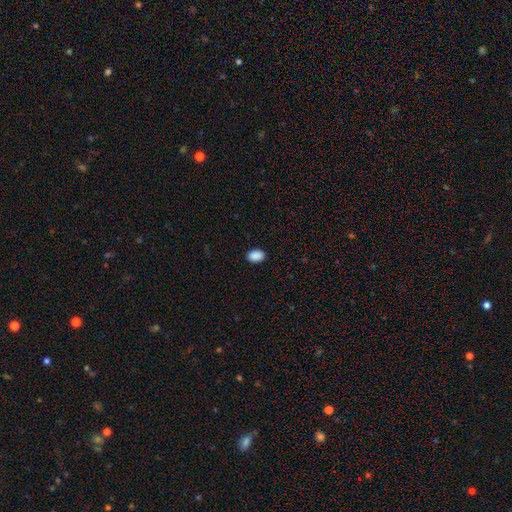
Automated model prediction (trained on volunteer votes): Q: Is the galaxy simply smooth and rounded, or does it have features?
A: smooth — 90%.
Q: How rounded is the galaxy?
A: in between — 87%.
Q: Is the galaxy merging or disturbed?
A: none — 91%.